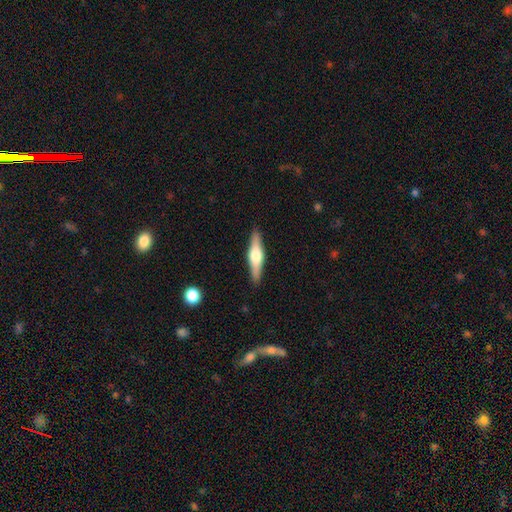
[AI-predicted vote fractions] Smooth or featured? Predicted: featured or disk (p=0.58). Edge-on disk? Predicted: yes (p=0.96). Edge-on bulge? Predicted: rounded (p=0.90). Merging? Predicted: none (p=0.90).